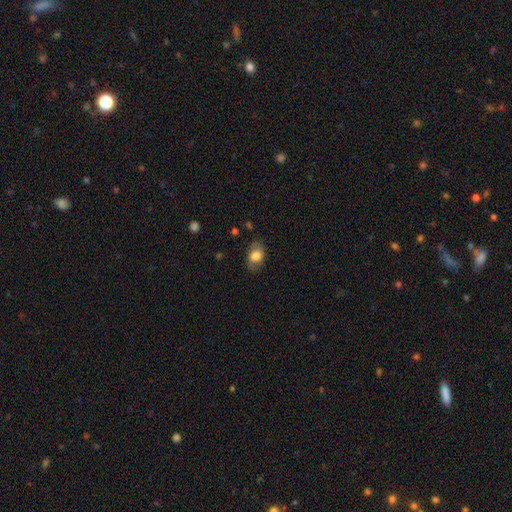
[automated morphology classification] Smooth or featured?
  - smooth: 78% *
  - featured or disk: 15%
  - star or artifact: 8%
How rounded?
  - in between: 80% *
  - round: 18%
  - cigar-shaped: 1%
Merging?
  - none: 77% *
  - minor disturbance: 17%
  - major disturbance: 5%
  - merger: 1%